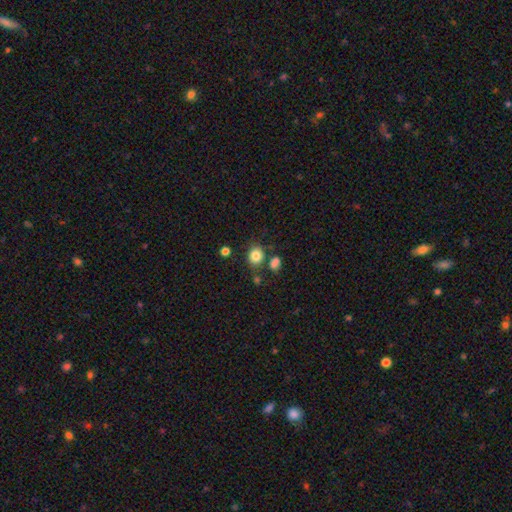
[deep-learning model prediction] The model was most divided on "how rounded": round: 66%, in between: 33%, cigar-shaped: 1%. More confident: smooth or featured — smooth (83%); merging — none (71%).